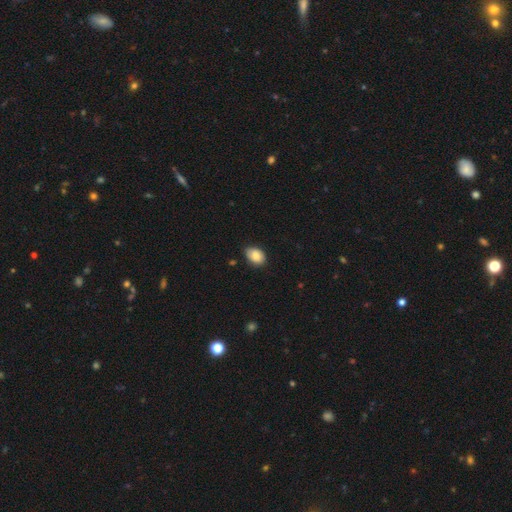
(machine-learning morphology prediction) Smooth or featured: smooth — 85% (featured or disk — 8%)
How rounded: in between — 83% (round — 16%)
Merging: none — 80% (minor disturbance — 17%)